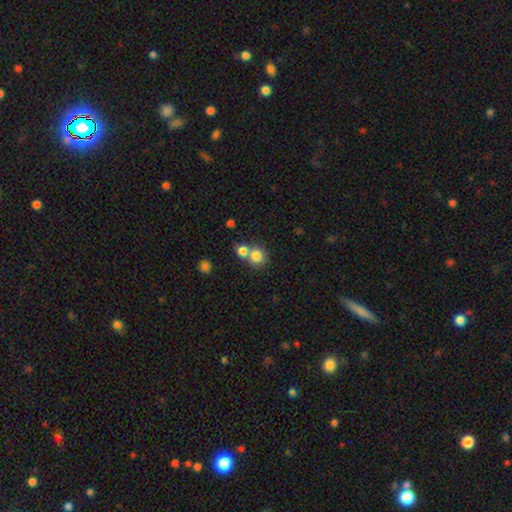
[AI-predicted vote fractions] Smooth or featured? smooth (81%)
How rounded? round (86%)
Merging? none (48%)